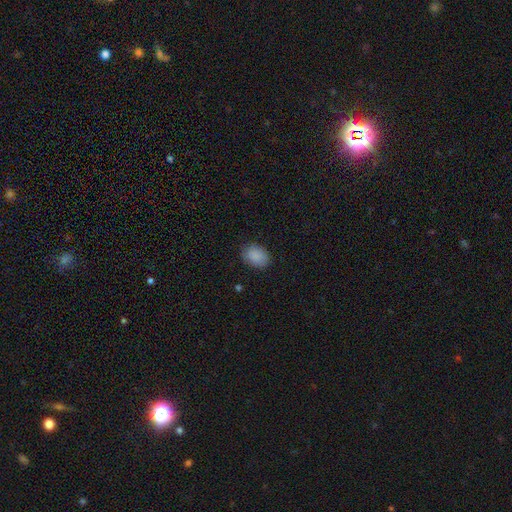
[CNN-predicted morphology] This is clearly a smooth galaxy (88%). How rounded: likely in between (71%). Merging: clearly none (83%).